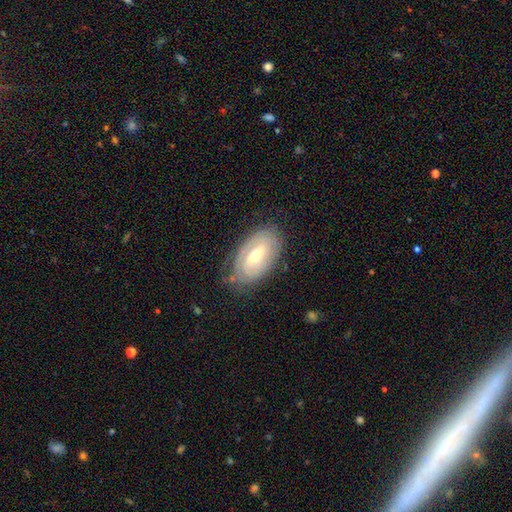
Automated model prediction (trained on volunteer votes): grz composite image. It shows a featured or disk galaxy (69%) with a weak bar (45%), spiral arms (70%) and a moderate central bulge (62%). Merging: none (75%).